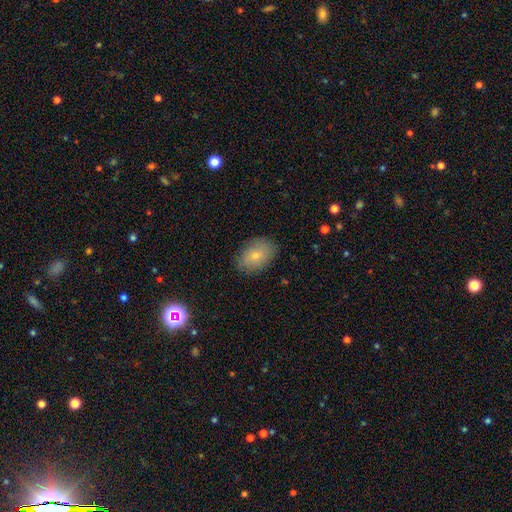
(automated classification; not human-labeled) Smooth or featured? Predicted: smooth (p=0.77). How rounded? Predicted: in between (p=0.81). Merging? Predicted: none (p=0.83).